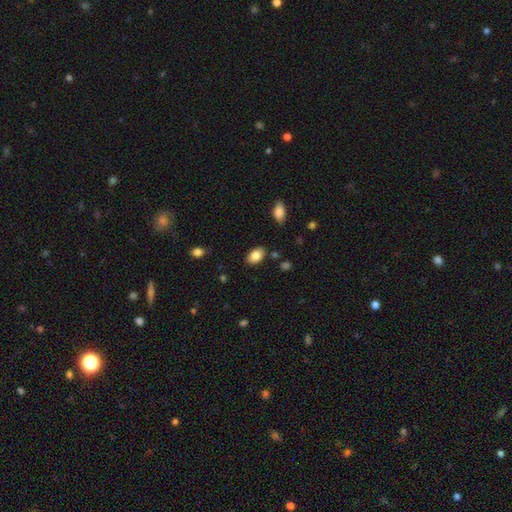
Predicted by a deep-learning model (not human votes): A smooth galaxy with no disk features (84%) that is in between round and cigar-shaped (89%).

Vote fractions:
- Smooth or featured? smooth: 84% / featured or disk: 8% / star or artifact: 8%
- How rounded? in between: 89% / round: 10% / cigar-shaped: 1%
- Merging? none: 84% / minor disturbance: 11% / major disturbance: 3% / merger: 2%